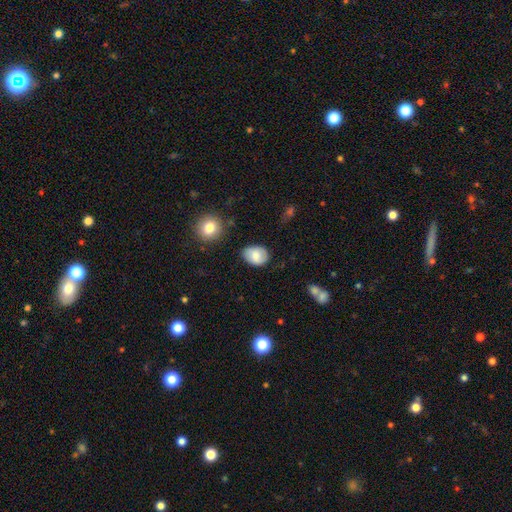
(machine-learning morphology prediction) This appears to be a smooth galaxy with no disk features (77%) that is in between round and cigar-shaped (68%). Merging: none (77%).